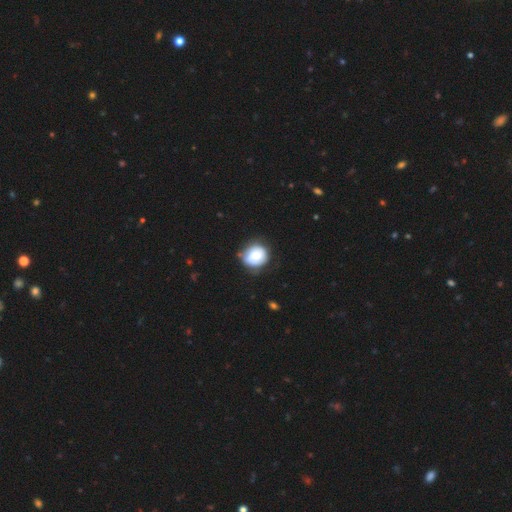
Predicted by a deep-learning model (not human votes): This is likely a smooth galaxy (68%). How rounded: clearly round (82%). Merging: likely none (64%).